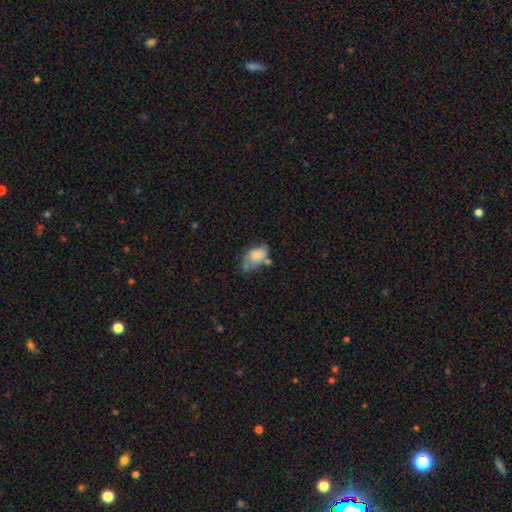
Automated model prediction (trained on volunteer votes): Smooth or featured? smooth (69%)
How rounded? in between (89%)
Merging? none (35%)